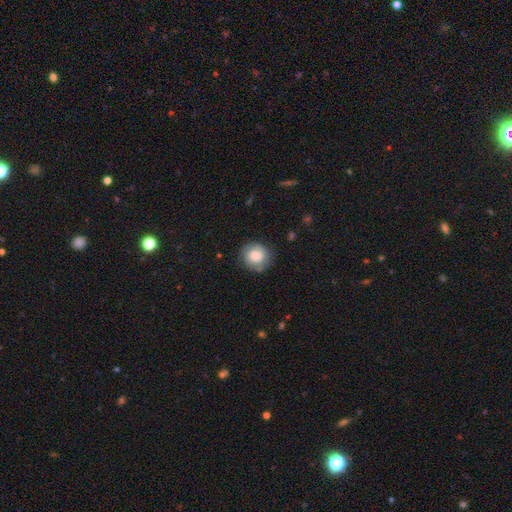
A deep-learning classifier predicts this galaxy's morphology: smooth 72%, featured or disk 20%, star or artifact 8%. Down the decision tree: how rounded — round (87%); merging — none (78%).